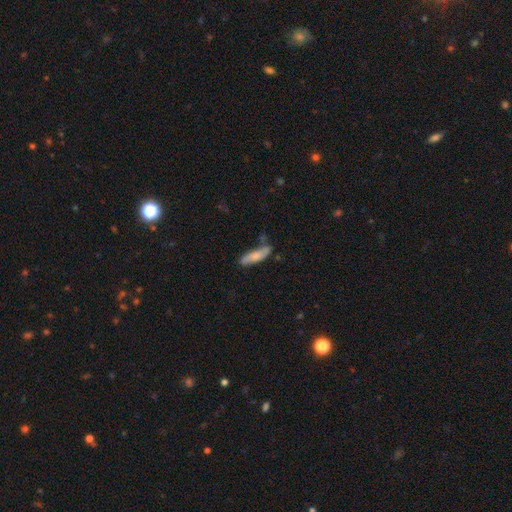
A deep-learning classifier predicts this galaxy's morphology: type=smooth (70%); roundness=cigar-shaped (66%); merging=none (66%).